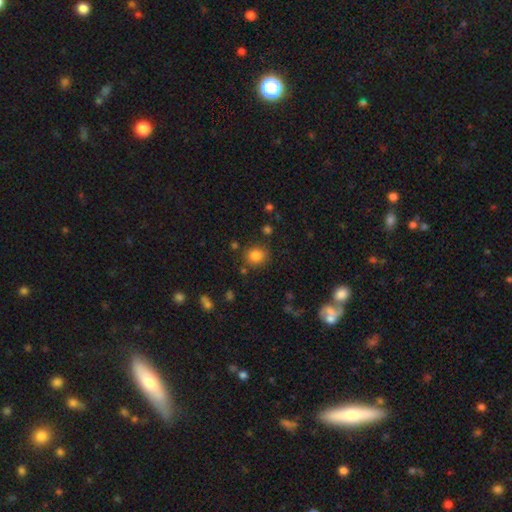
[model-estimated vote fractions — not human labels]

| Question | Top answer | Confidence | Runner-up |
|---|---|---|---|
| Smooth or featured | smooth | 81% | star or artifact (12%) |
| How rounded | round | 79% | in between (20%) |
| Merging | none | 82% | minor disturbance (10%) |